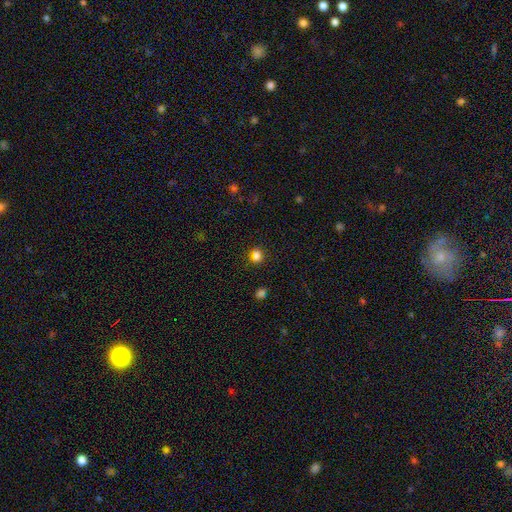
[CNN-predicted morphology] Smooth or featured: smooth — 78% (star or artifact — 17%)
How rounded: round — 75% (in between — 24%)
Merging: none — 82% (minor disturbance — 9%)